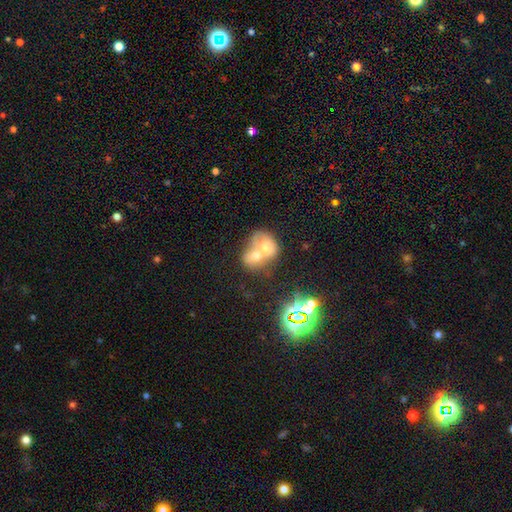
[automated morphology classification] smooth 56%, featured or disk 31%, star or artifact 13%. Down the decision tree: how rounded — round (51%); merging — merger (80%).